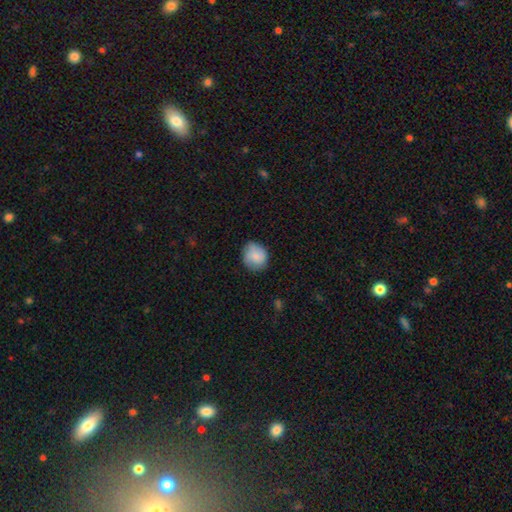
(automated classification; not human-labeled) smooth_or_featured: smooth (p=0.82) [alt: featured or disk p=0.11]
how_rounded: round (p=0.82) [alt: in between p=0.17]
merging: none (p=0.77) [alt: minor disturbance p=0.18]